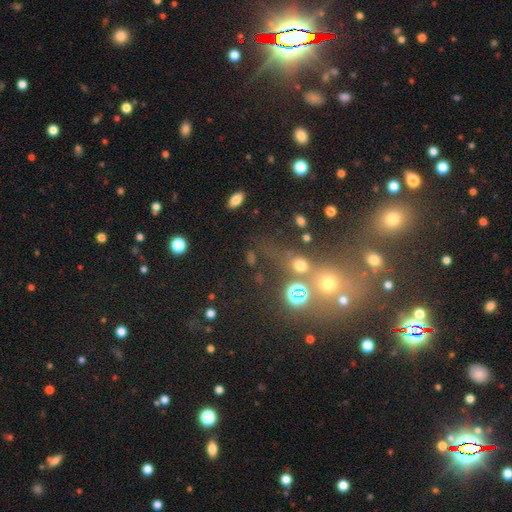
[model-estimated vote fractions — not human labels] Smooth or featured: star or artifact — 48% (smooth — 38%)